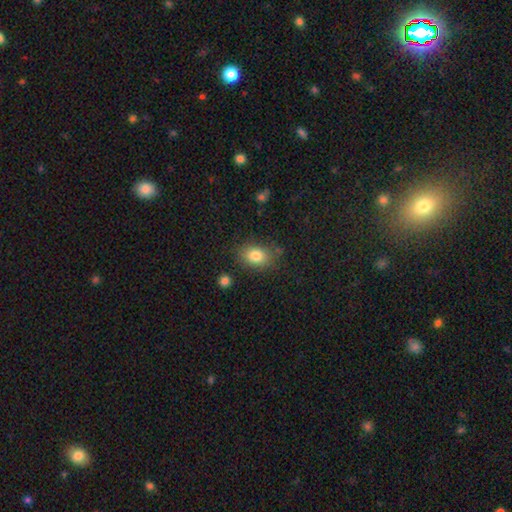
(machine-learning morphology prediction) Smooth or featured? smooth (82%)
How rounded? in between (74%)
Merging? none (78%)